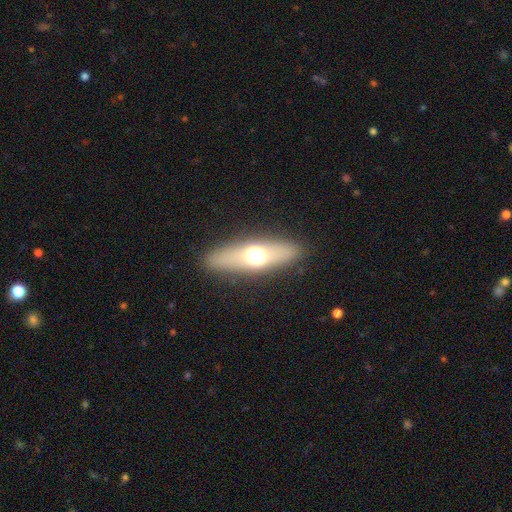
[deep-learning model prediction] Smooth or featured? Predicted: smooth (p=0.50). Merging? Predicted: none (p=0.88).